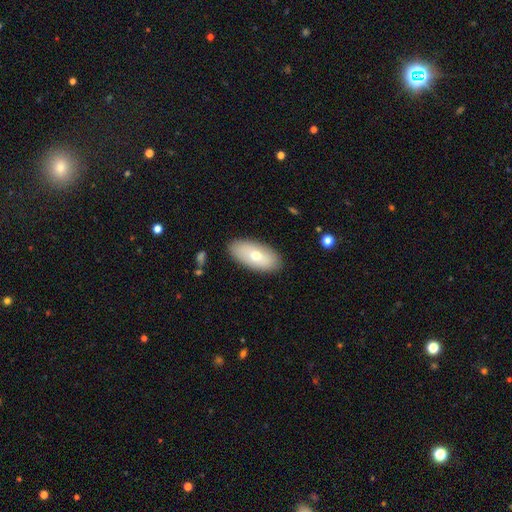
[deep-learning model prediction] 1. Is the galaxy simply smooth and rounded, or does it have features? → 69% smooth, 25% featured or disk, 6% star or artifact.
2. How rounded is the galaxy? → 92% in between, 5% cigar-shaped, 3% round.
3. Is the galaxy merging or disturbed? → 87% none, 9% minor disturbance, 2% major disturbance, 1% merger.